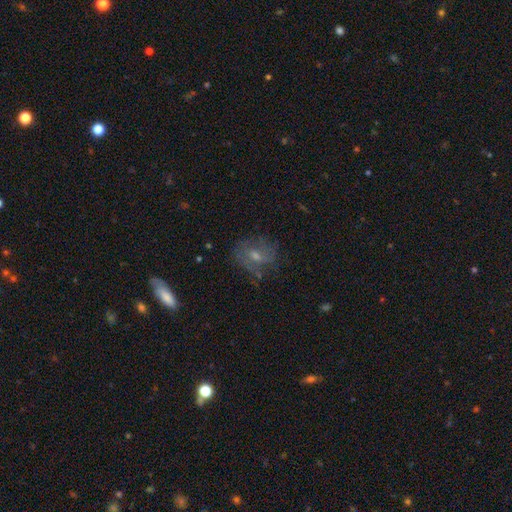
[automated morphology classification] Smooth or featured? Predicted: featured or disk (p=0.51). Edge-on disk? Predicted: no (p=0.94). Merging? Predicted: none (p=0.67).